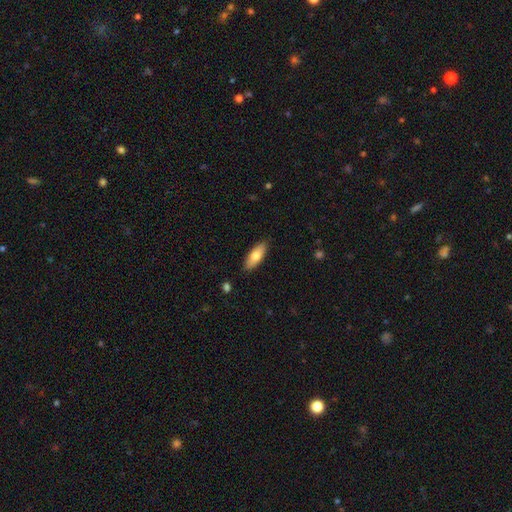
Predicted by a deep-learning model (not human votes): Morphology: type=smooth (74%); roundness=in between (73%); merging=none (88%).